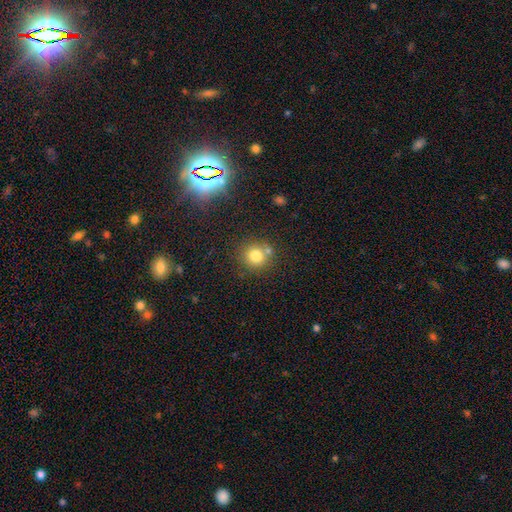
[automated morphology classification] Q: Smooth or featured?
A: smooth (78%); runner-up: star or artifact (13%)
Q: How rounded?
A: round (90%); runner-up: in between (9%)
Q: Merging?
A: none (68%); runner-up: merger (18%)